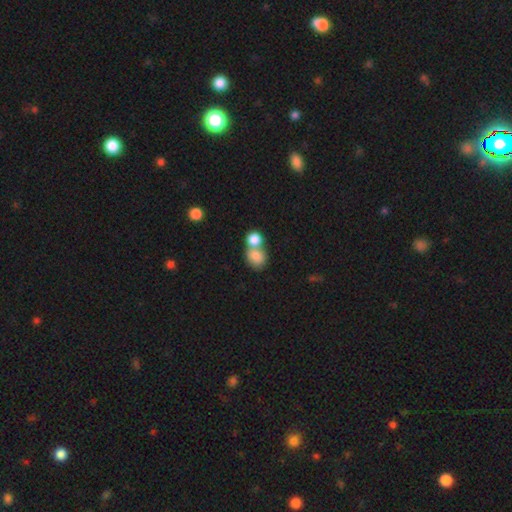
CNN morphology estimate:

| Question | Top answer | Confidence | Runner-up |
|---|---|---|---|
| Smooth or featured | smooth | 82% | featured or disk (9%) |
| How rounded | round | 65% | in between (34%) |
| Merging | merger | 62% | none (28%) |